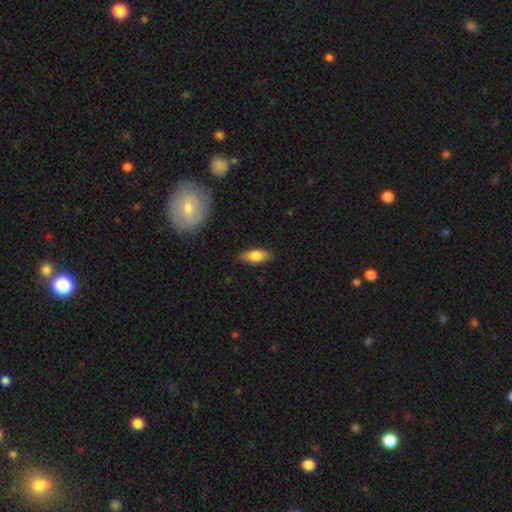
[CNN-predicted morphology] type=smooth (80%); roundness=in between (80%); merging=none (85%).